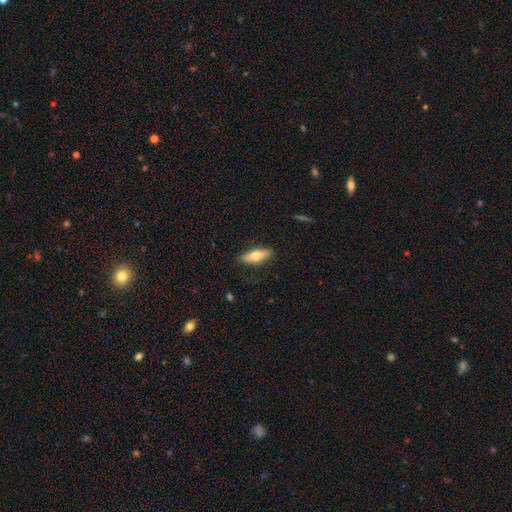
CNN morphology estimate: Smooth or featured? Predicted: smooth (p=0.68). How rounded? Predicted: in between (p=0.53). Merging? Predicted: none (p=0.84).